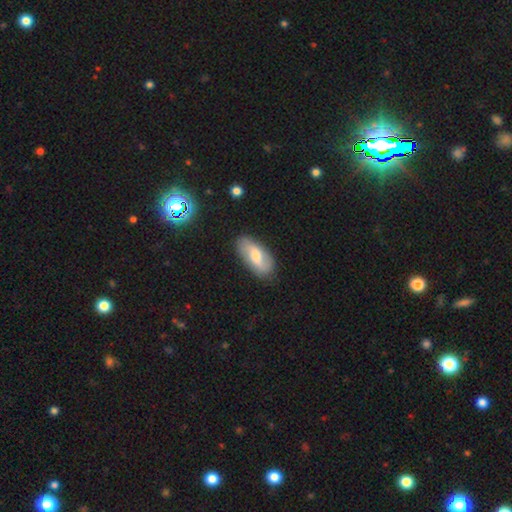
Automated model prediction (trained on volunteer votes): smooth 52%, featured or disk 41%, star or artifact 7%. Down the decision tree: how rounded — in between (88%); merging — none (83%).